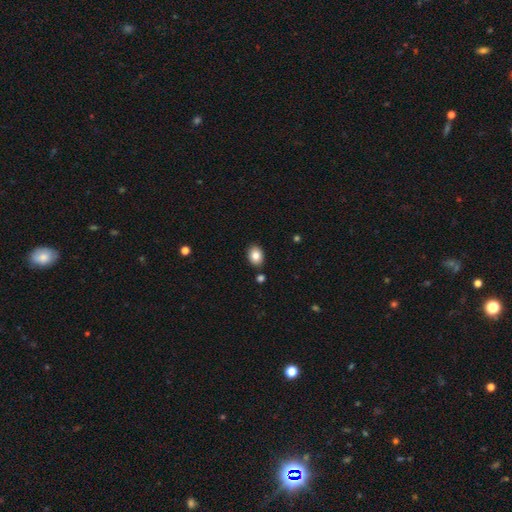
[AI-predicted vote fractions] Smooth or featured?
  - smooth: 83% *
  - star or artifact: 8%
  - featured or disk: 8%
How rounded?
  - in between: 71% *
  - round: 28%
  - cigar-shaped: 1%
Merging?
  - none: 86% *
  - minor disturbance: 8%
  - merger: 4%
  - major disturbance: 2%